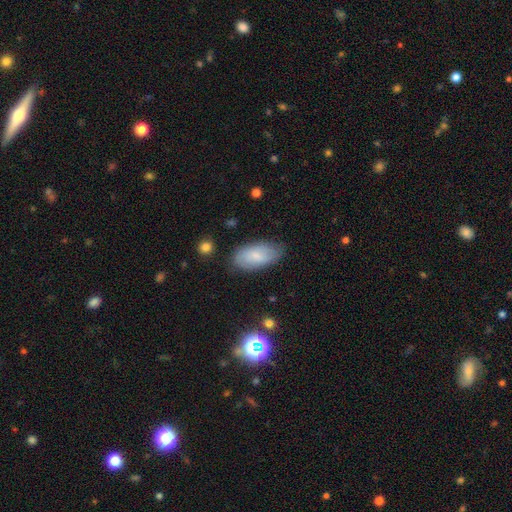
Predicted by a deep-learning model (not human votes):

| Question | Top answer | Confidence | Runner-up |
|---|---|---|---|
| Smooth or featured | smooth | 73% | featured or disk (19%) |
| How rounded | in between | 92% | cigar-shaped (5%) |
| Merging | none | 76% | minor disturbance (18%) |